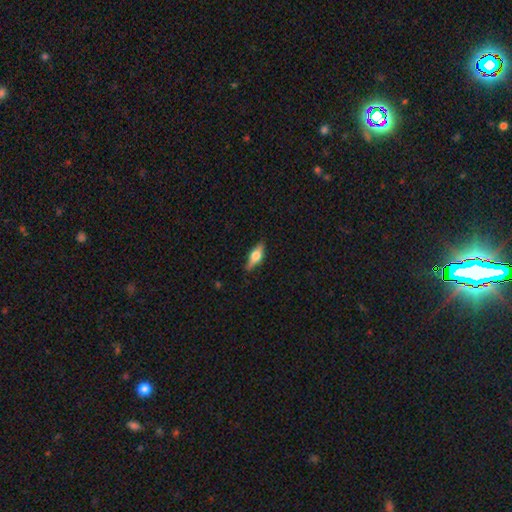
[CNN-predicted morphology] The model was most divided on "smooth or featured": smooth: 47%, featured or disk: 46%, star or artifact: 7%. More confident: merging — none (84%).